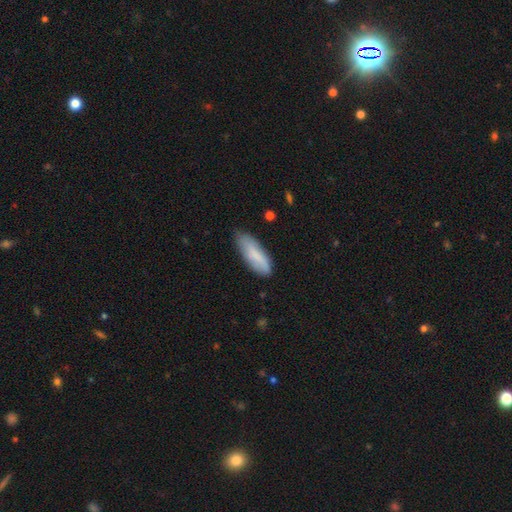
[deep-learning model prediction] smooth-or-featured: smooth: 79% | featured or disk: 15% | star or artifact: 6%
  how-rounded: in between: 62% | cigar-shaped: 36% | round: 2%
  merging: none: 67% | minor disturbance: 26% | major disturbance: 5% | merger: 2%